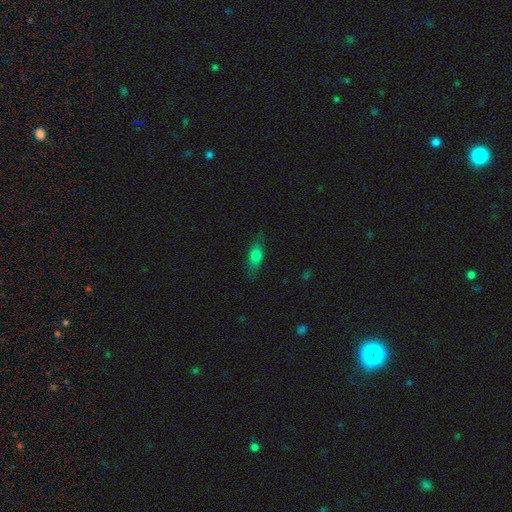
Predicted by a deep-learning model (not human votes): Smooth or featured?
  - smooth: 70% *
  - featured or disk: 21%
  - star or artifact: 9%
How rounded?
  - in between: 69% *
  - cigar-shaped: 26%
  - round: 5%
Merging?
  - none: 75% *
  - minor disturbance: 19%
  - major disturbance: 5%
  - merger: 1%